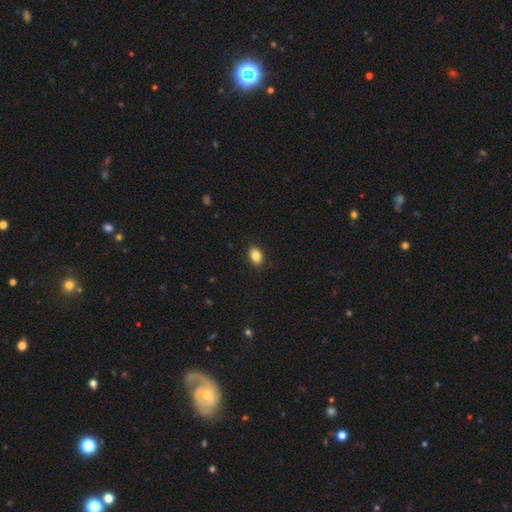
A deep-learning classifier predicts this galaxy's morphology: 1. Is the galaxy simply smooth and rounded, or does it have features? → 86% smooth, 9% star or artifact, 5% featured or disk.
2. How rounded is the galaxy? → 84% in between, 15% round, 1% cigar-shaped.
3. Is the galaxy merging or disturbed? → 89% none, 8% minor disturbance, 2% major disturbance, 1% merger.